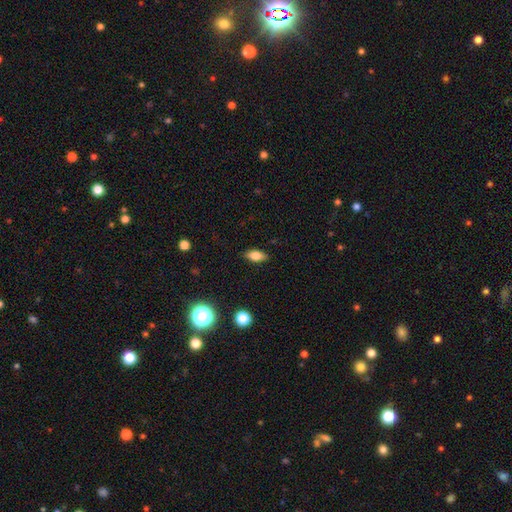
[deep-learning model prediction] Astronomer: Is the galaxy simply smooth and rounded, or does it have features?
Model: smooth — 75%.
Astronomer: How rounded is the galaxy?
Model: in between — 82%.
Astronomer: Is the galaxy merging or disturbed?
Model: none — 87%.